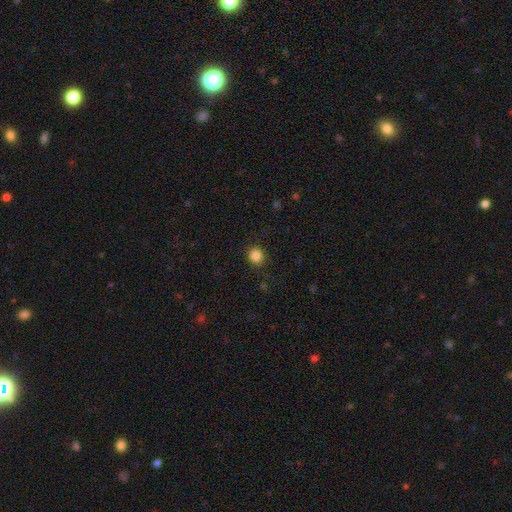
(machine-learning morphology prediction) Q: Smooth or featured?
A: smooth (85%); runner-up: star or artifact (11%)
Q: How rounded?
A: round (87%); runner-up: in between (12%)
Q: Merging?
A: none (89%); runner-up: minor disturbance (7%)